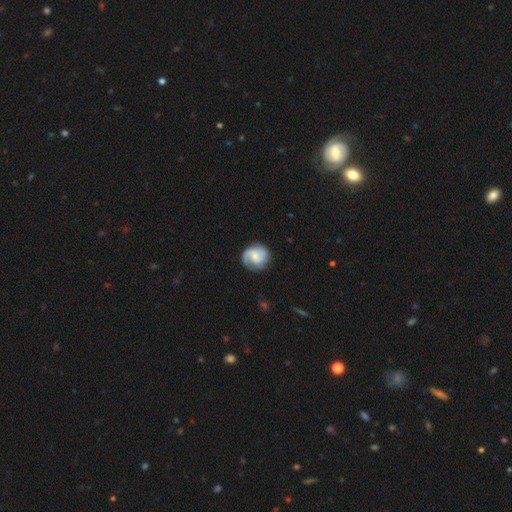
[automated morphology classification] Overall: featured or disk (68%). Edge-on disk: no (98%). Bar: no (58%; weak 36%). Spiral arms: yes (94%). Spiral arm count: 2 (57%; 1 25%). Spiral winding: medium (42%; tight 38%). Bulge size: small (45%; moderate 34%). Merging: none (73%).